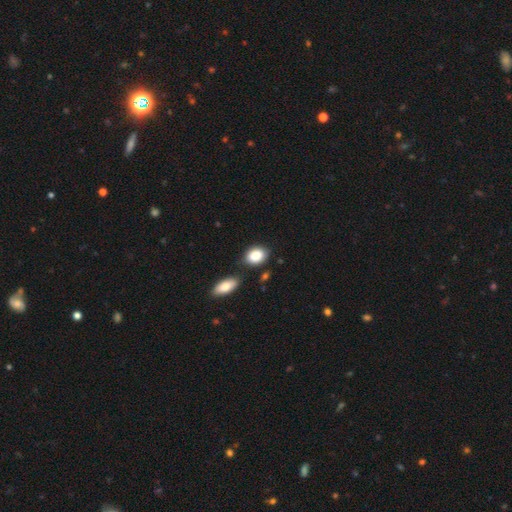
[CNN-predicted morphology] Q: Smooth or featured?
A: smooth (87%); runner-up: star or artifact (7%)
Q: How rounded?
A: in between (72%); runner-up: round (26%)
Q: Merging?
A: none (71%); runner-up: minor disturbance (16%)